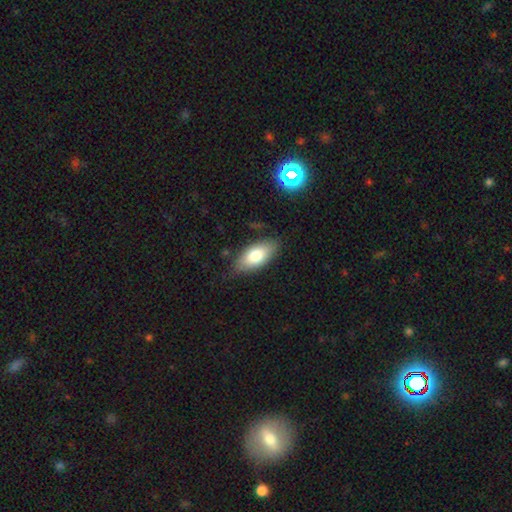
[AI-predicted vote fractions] smooth_or_featured: smooth (p=0.77) [alt: featured or disk p=0.16]
how_rounded: in between (p=0.89) [alt: cigar-shaped p=0.08]
merging: none (p=0.81) [alt: minor disturbance p=0.14]